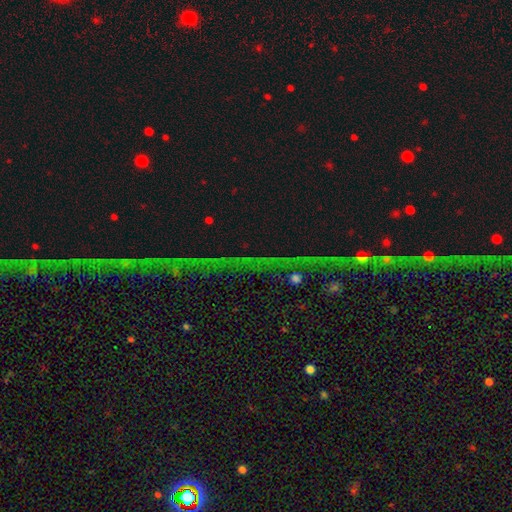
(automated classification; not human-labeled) A star or artifact, not a galaxy (83%).